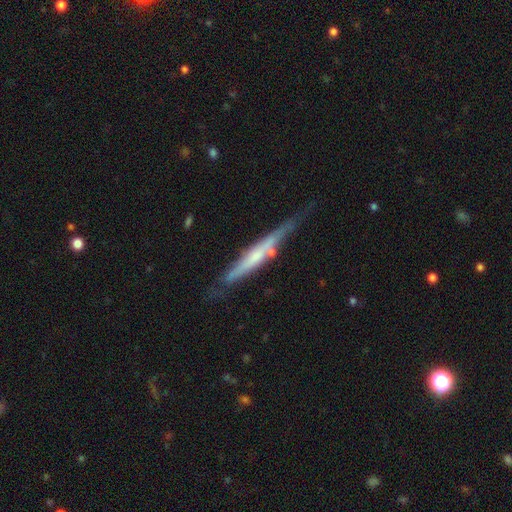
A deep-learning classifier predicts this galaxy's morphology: Smooth or featured? Predicted: featured or disk (p=0.62). Edge-on disk? Predicted: yes (p=0.91). Edge-on bulge? Predicted: rounded (p=0.46). Merging? Predicted: none (p=0.58).